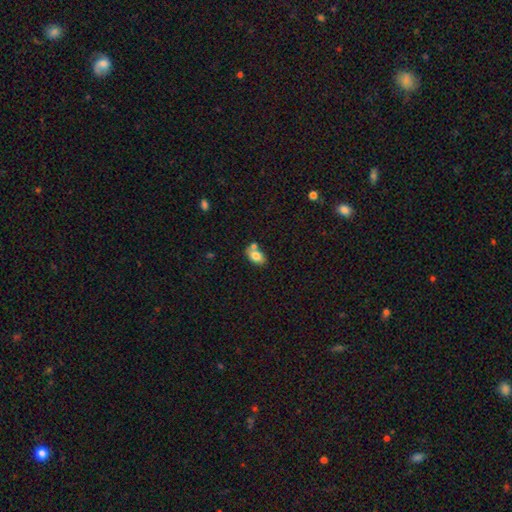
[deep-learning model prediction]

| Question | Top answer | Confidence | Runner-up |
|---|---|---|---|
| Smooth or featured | smooth | 78% | featured or disk (14%) |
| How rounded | in between | 86% | round (12%) |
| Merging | none | 56% | merger (26%) |